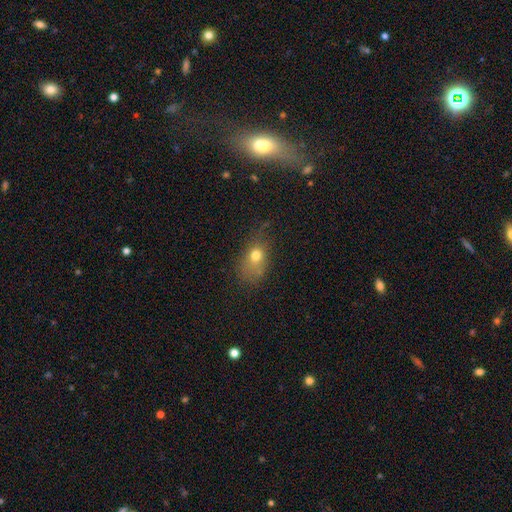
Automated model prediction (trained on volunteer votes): Overall: smooth (71%). How rounded: in between (67%; round 30%). Merging: none (46%; minor disturbance 30%).